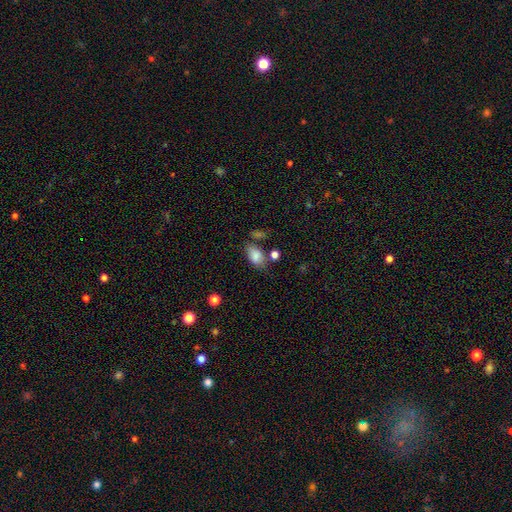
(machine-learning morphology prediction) This is clearly a smooth galaxy (82%). How rounded: clearly in between (89%). Merging: likely none (60%).